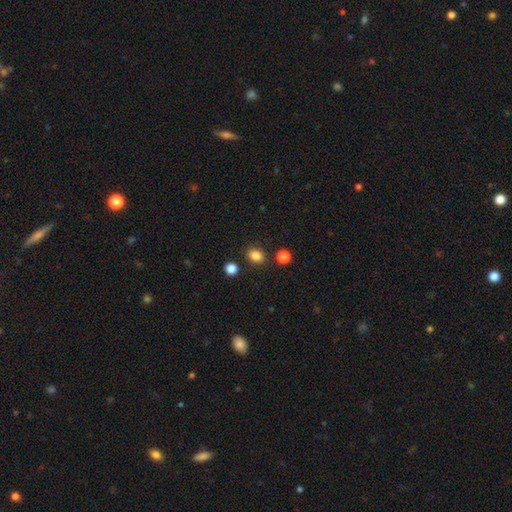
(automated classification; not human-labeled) The model was most divided on "how rounded": in between: 55%, round: 43%, cigar-shaped: 1%. More confident: smooth or featured — smooth (84%); merging — none (83%).